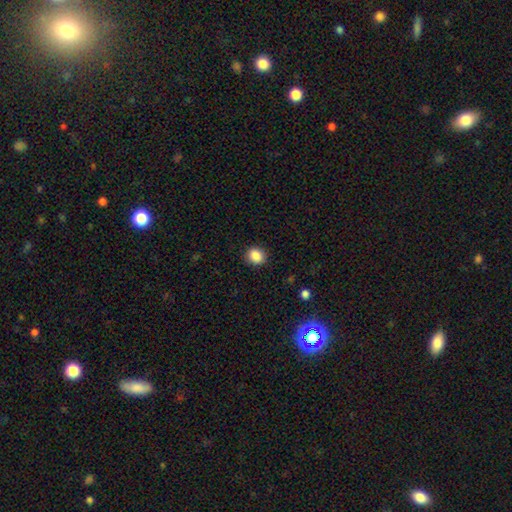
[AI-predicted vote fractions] Smooth or featured? Predicted: smooth (p=0.87). How rounded? Predicted: round (p=0.67). Merging? Predicted: none (p=0.90).